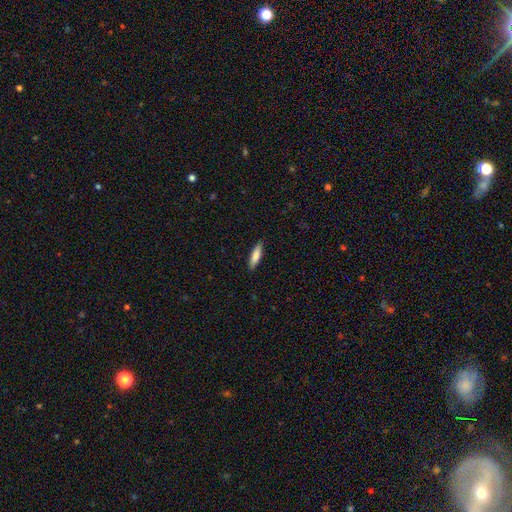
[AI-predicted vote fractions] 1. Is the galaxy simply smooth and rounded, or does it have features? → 79% smooth, 15% featured or disk, 6% star or artifact.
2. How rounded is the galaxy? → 68% cigar-shaped, 31% in between, 2% round.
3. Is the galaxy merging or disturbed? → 89% none, 8% minor disturbance, 2% major disturbance, 1% merger.